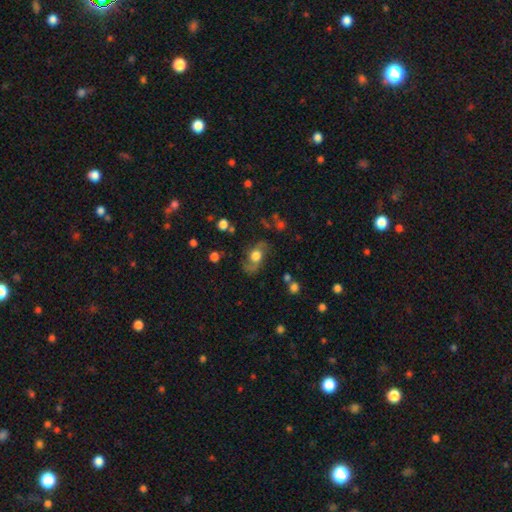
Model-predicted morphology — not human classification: This is possibly a featured or disk galaxy (55%). It is clearly not viewed edge-on (91%). Merging: likely none (63%).